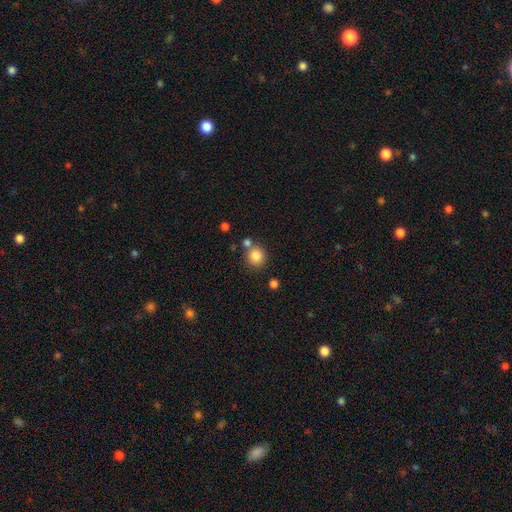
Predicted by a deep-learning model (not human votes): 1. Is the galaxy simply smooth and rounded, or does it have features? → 84% smooth, 10% star or artifact, 5% featured or disk.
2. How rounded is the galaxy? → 88% round, 11% in between, 1% cigar-shaped.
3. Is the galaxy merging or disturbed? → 71% none, 16% merger, 10% minor disturbance, 3% major disturbance.